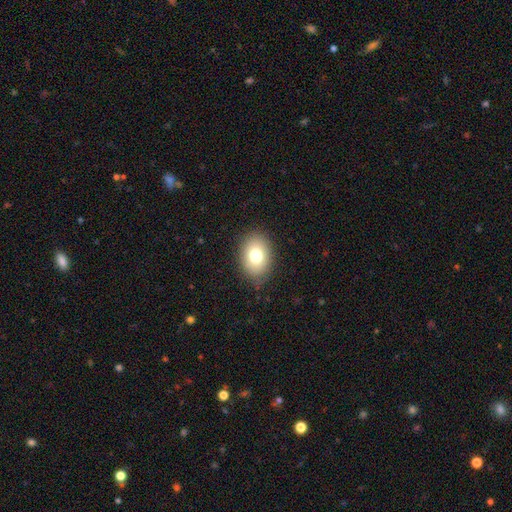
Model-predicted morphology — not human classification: This appears to be a smooth galaxy with no disk features (76%) that is in between round and cigar-shaped (74%). Merging: none (84%).